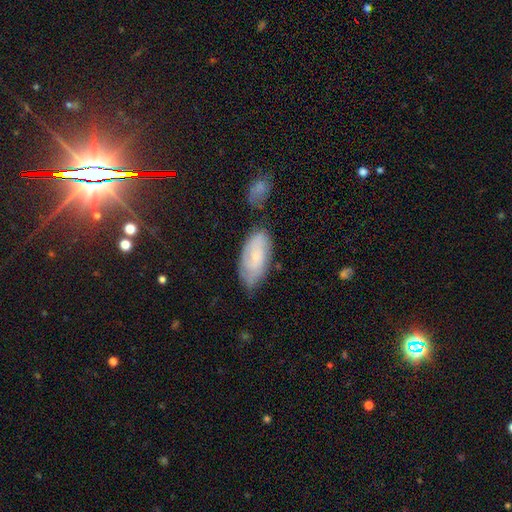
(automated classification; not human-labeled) Smooth or featured? Predicted: featured or disk (p=0.47). Merging? Predicted: none (p=0.61).